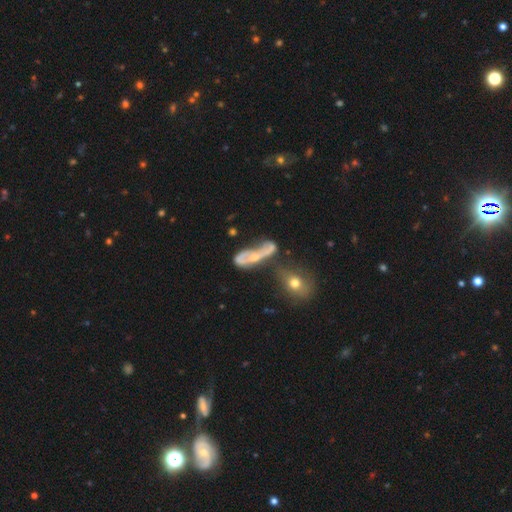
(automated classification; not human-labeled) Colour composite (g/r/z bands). It shows a featured or disk galaxy (67%) with no bar (65%), spiral arms (60%) and a small central bulge (50%). Merging: merger (31%).